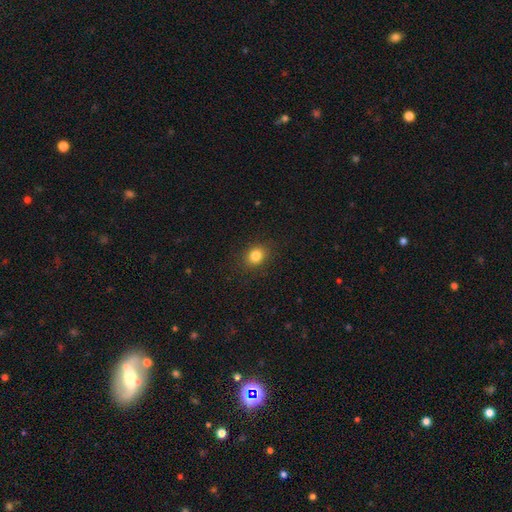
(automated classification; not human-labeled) This appears to be a smooth galaxy with no disk features (83%) that is round (59%). Merging: none (88%).